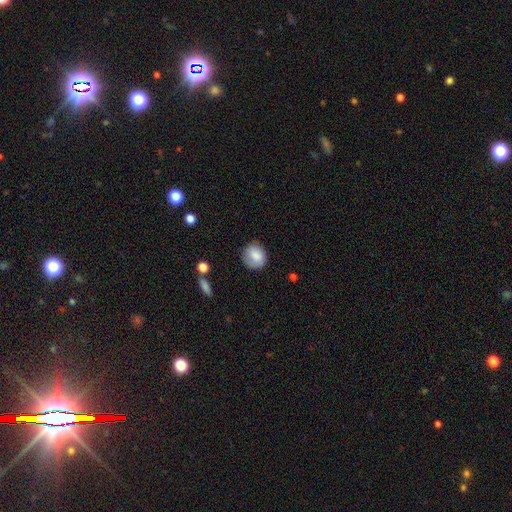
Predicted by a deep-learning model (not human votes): smooth-or-featured: smooth: 81% | featured or disk: 12% | star or artifact: 8%
  how-rounded: round: 76% | in between: 23% | cigar-shaped: 1%
  merging: none: 73% | minor disturbance: 19% | major disturbance: 6% | merger: 2%